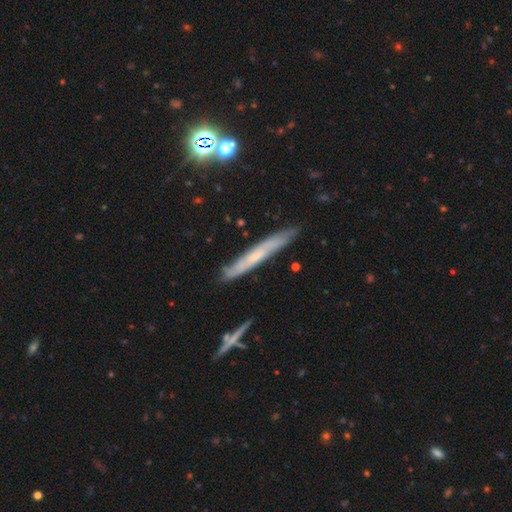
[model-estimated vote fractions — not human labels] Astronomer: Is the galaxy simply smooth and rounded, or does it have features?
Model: featured or disk — 49% (runner-up: smooth, 42%).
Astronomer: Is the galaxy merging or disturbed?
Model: none — 82%.